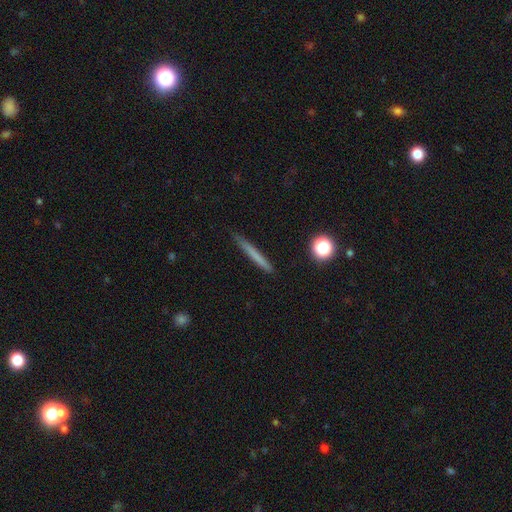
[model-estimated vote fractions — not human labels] smooth-or-featured: smooth: 64% | featured or disk: 28% | star or artifact: 8%
  how-rounded: cigar-shaped: 96% | in between: 2% | round: 2%
  merging: none: 88% | minor disturbance: 9% | major disturbance: 2% | merger: 1%